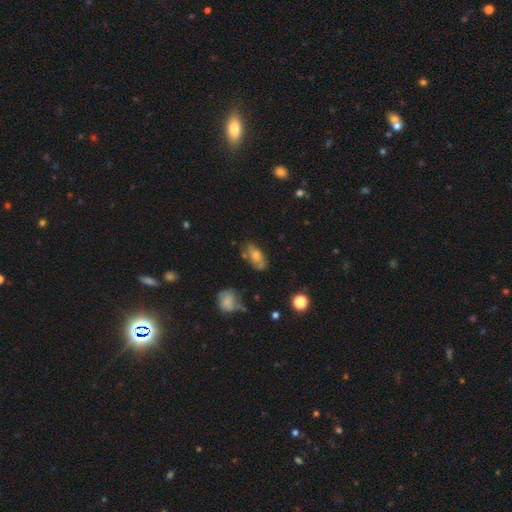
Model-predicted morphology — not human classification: This is likely a smooth galaxy (62%). How rounded: clearly in between (86%). Merging: likely none (61%).